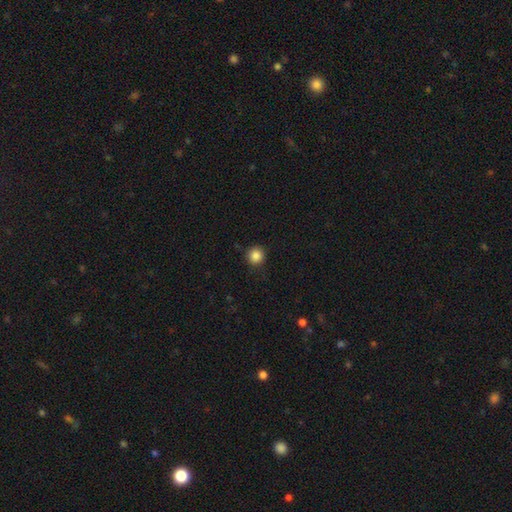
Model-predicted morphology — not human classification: Overall: smooth (86%). How rounded: round (93%). Merging: none (89%).